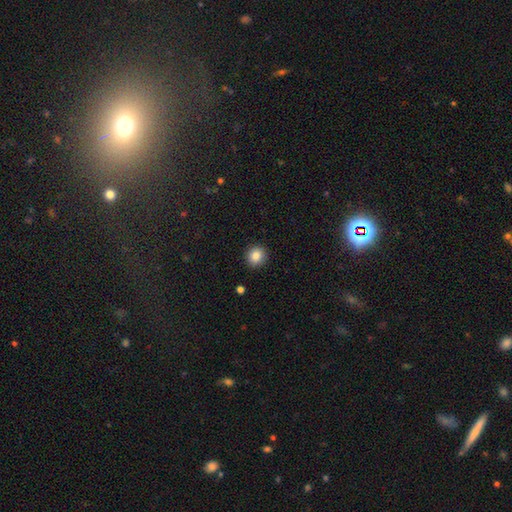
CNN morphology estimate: smooth_or_featured: smooth (p=0.86) [alt: star or artifact p=0.10]
how_rounded: round (p=0.91) [alt: in between p=0.08]
merging: none (p=0.92) [alt: minor disturbance p=0.05]